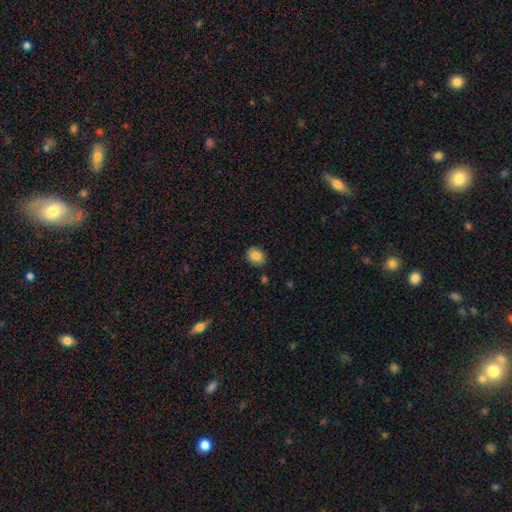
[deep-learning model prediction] Q: Smooth or featured?
A: smooth (85%); runner-up: star or artifact (9%)
Q: How rounded?
A: round (59%); runner-up: in between (40%)
Q: Merging?
A: none (84%); runner-up: minor disturbance (12%)